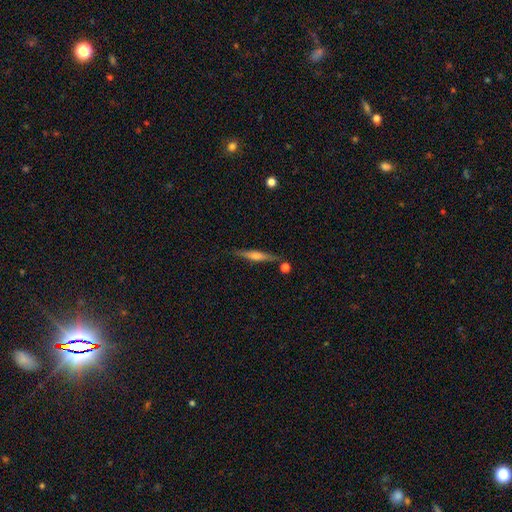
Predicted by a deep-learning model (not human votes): Morphology: type=featured or disk (64%); edge-on=yes (97%); edge-on bulge=rounded (73%); merging=none (83%).